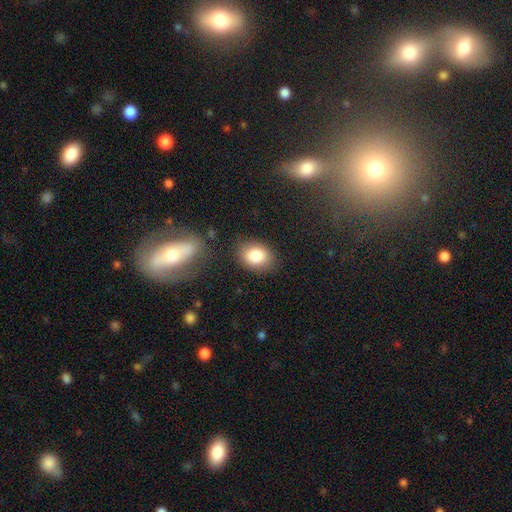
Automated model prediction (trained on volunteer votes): Smooth or featured: smooth — 83% (star or artifact — 9%)
How rounded: in between — 66% (round — 33%)
Merging: none — 82% (minor disturbance — 12%)